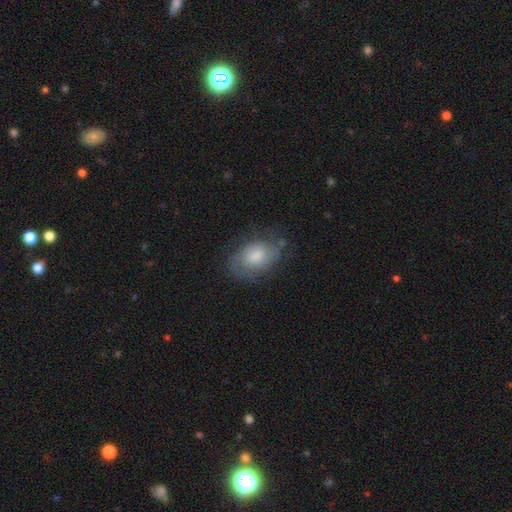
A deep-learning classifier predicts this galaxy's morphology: This is possibly a smooth galaxy (50%). Merging: likely none (65%).